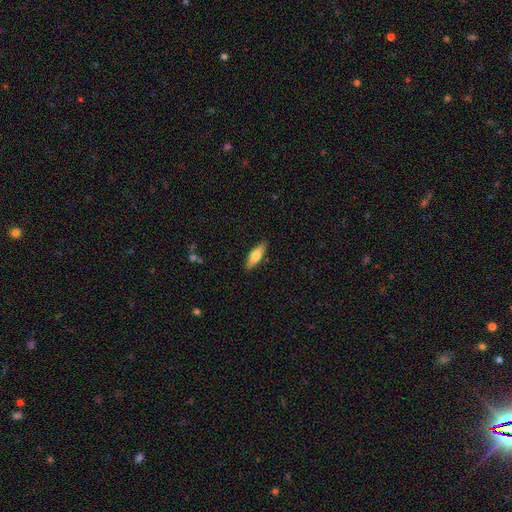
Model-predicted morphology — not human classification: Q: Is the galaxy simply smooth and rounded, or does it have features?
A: smooth — 69%.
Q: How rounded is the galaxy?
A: in between — 54%.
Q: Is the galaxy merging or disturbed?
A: none — 88%.